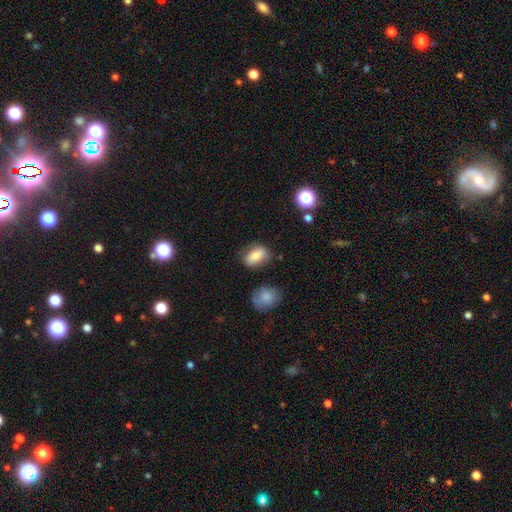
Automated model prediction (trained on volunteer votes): This appears to be a smooth galaxy with no disk features (79%) that is in between round and cigar-shaped (84%). Merging: none (67%).